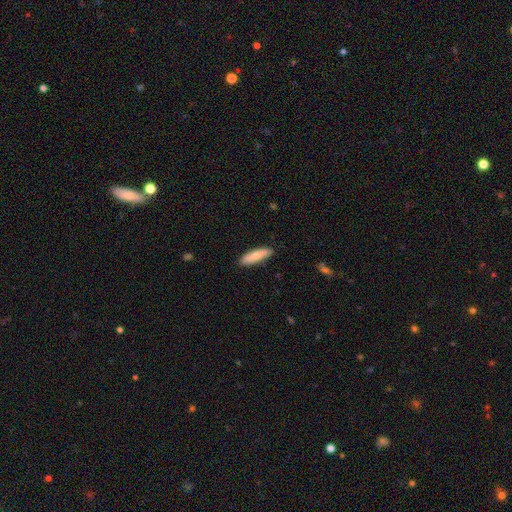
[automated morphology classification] Smooth or featured? smooth (79%)
How rounded? cigar-shaped (67%)
Merging? none (88%)